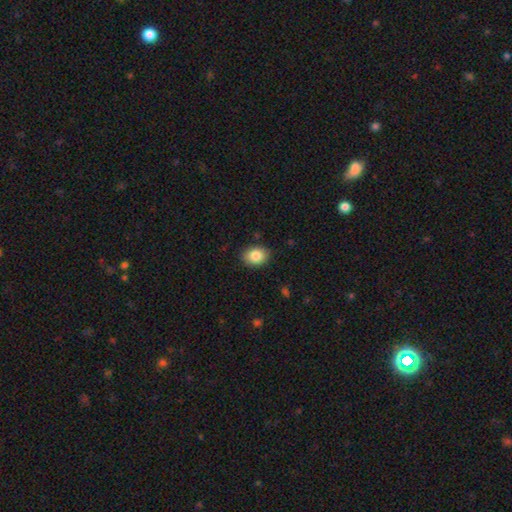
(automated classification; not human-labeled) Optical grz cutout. It shows a smooth galaxy with no disk features (85%) that is in between round and cigar-shaped (64%). Merging: none (87%).